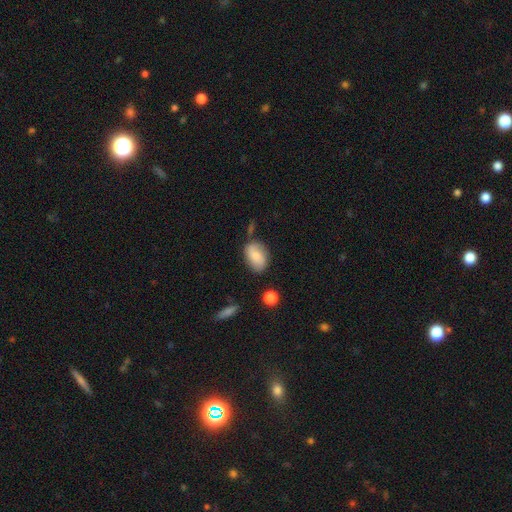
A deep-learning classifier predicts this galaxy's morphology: smooth 74%, featured or disk 18%, star or artifact 8%. Down the decision tree: how rounded — in between (86%); merging — none (68%).